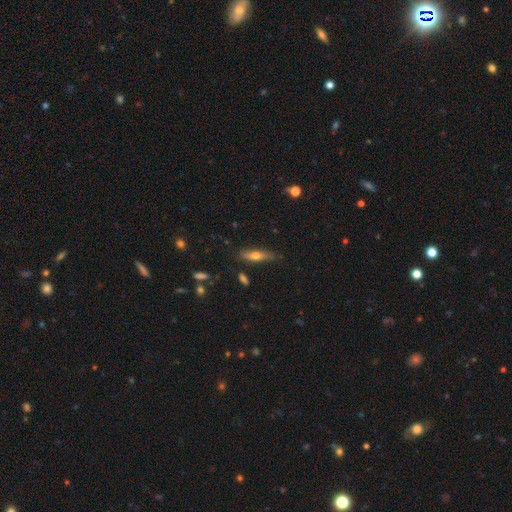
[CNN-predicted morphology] A smooth galaxy with no disk features (54%) that is cigar-shaped (67%).

Vote fractions:
- Smooth or featured? smooth: 54% / featured or disk: 39% / star or artifact: 7%
- How rounded? cigar-shaped: 67% / in between: 30% / round: 3%
- Merging? none: 81% / minor disturbance: 14% / major disturbance: 3% / merger: 2%